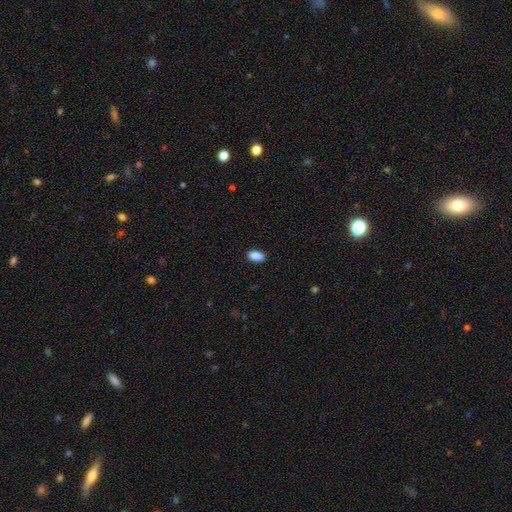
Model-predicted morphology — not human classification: smooth-or-featured: smooth: 90% | star or artifact: 8% | featured or disk: 3%
  how-rounded: in between: 92% | round: 4% | cigar-shaped: 4%
  merging: none: 88% | minor disturbance: 9% | major disturbance: 2% | merger: 1%